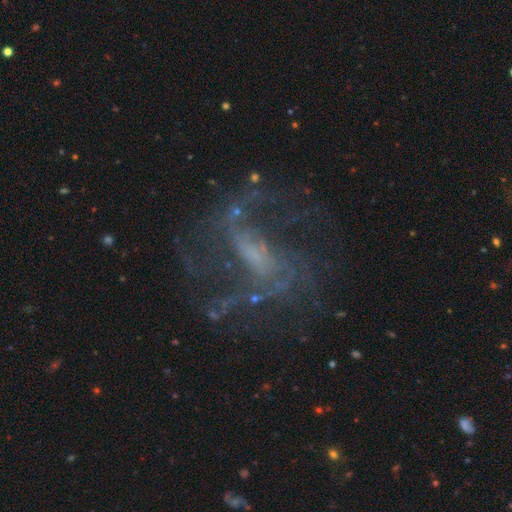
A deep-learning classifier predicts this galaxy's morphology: This is likely a featured or disk galaxy (75%). It is clearly not viewed edge-on (95%). Bar: marginally weak (45%). Spiral arm pattern: clearly yes (81%). Spiral arm count: possibly 2 (48%). Spiral winding: marginally loose (45%). Central bulge: marginally small (37%). Merging: possibly none (59%).